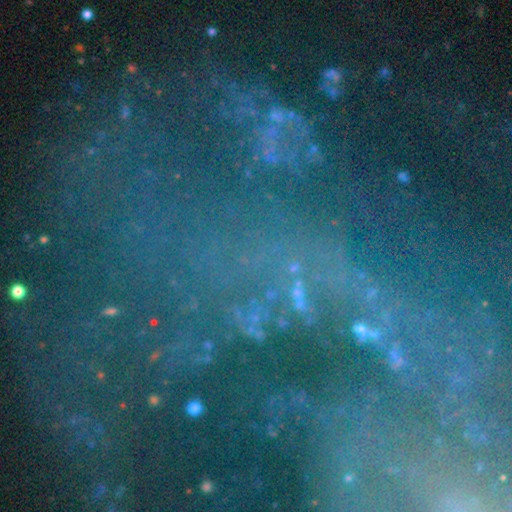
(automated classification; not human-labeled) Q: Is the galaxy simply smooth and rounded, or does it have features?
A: star or artifact — 65%.